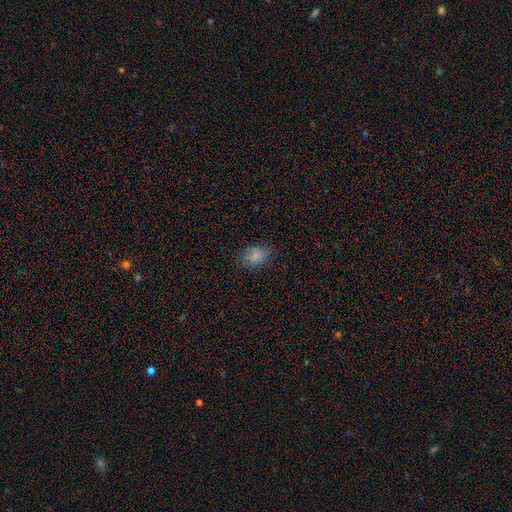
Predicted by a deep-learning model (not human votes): Q: Smooth or featured?
A: smooth (81%); runner-up: star or artifact (10%)
Q: How rounded?
A: in between (73%); runner-up: round (26%)
Q: Merging?
A: none (75%); runner-up: minor disturbance (18%)